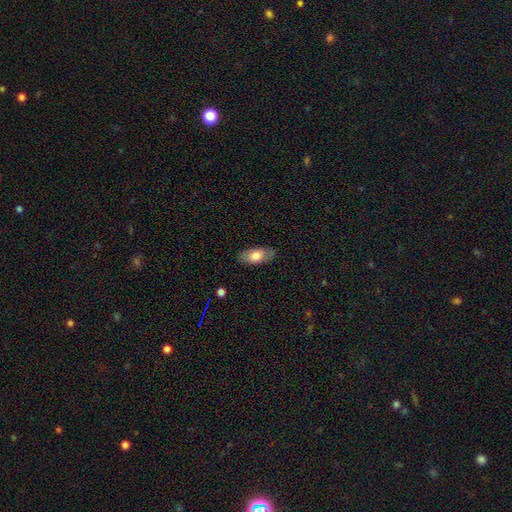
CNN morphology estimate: smooth-or-featured: smooth: 76% | featured or disk: 18% | star or artifact: 6%
  how-rounded: in between: 91% | cigar-shaped: 6% | round: 3%
  merging: none: 82% | minor disturbance: 14% | major disturbance: 3% | merger: 1%